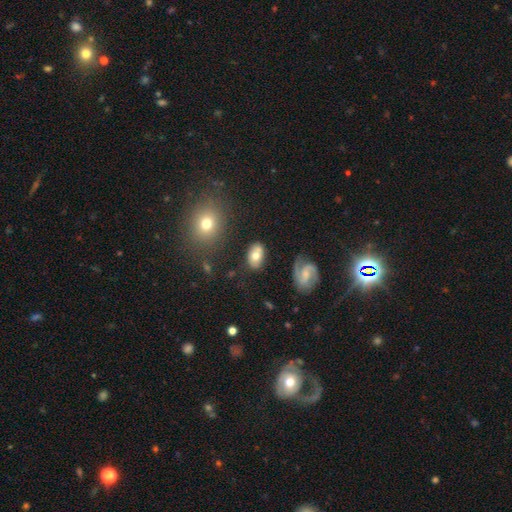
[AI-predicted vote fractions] Smooth or featured: smooth — 64% (featured or disk — 28%)
How rounded: in between — 86% (round — 13%)
Merging: none — 71% (minor disturbance — 16%)